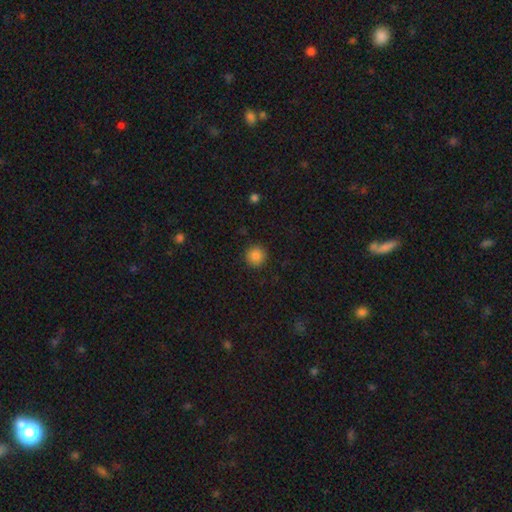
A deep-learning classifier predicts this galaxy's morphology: Overall: smooth (86%). How rounded: round (94%). Merging: none (91%).